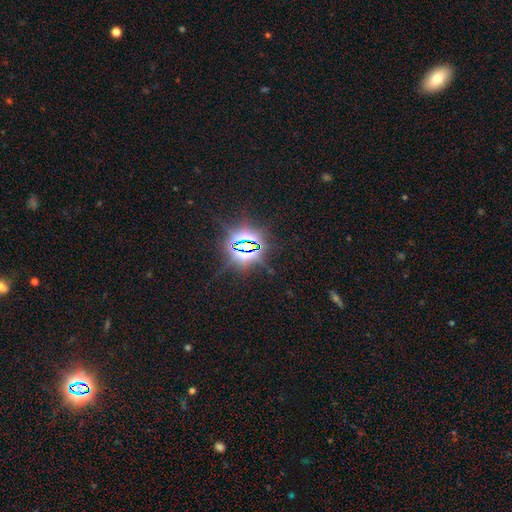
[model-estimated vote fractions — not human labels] A star or artifact, not a galaxy (84%).